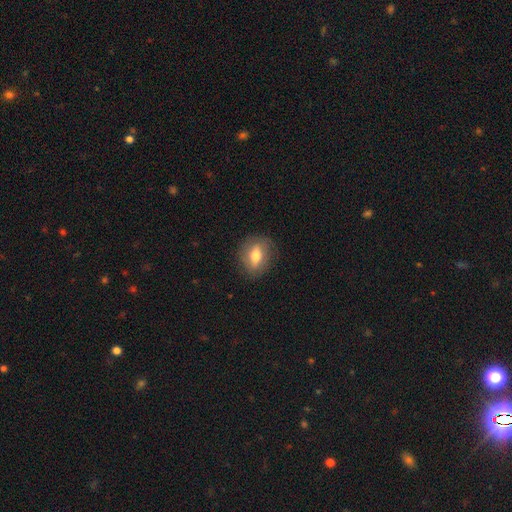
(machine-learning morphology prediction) smooth-or-featured: smooth: 58% | featured or disk: 34% | star or artifact: 8%
  how-rounded: in between: 54% | round: 42% | cigar-shaped: 4%
  merging: none: 83% | minor disturbance: 13% | major disturbance: 4% | merger: 1%